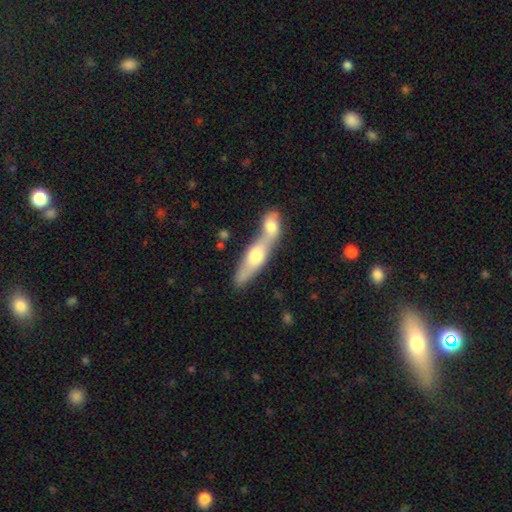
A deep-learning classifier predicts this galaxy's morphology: smooth 55%, featured or disk 40%, star or artifact 6%. Down the decision tree: how rounded — cigar-shaped (54%); merging — merger (62%).